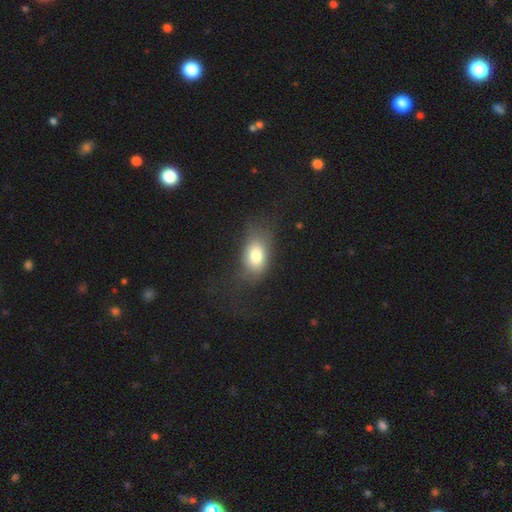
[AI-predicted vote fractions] smooth 77%, featured or disk 14%, star or artifact 9%. Down the decision tree: how rounded — in between (84%); merging — none (57%).